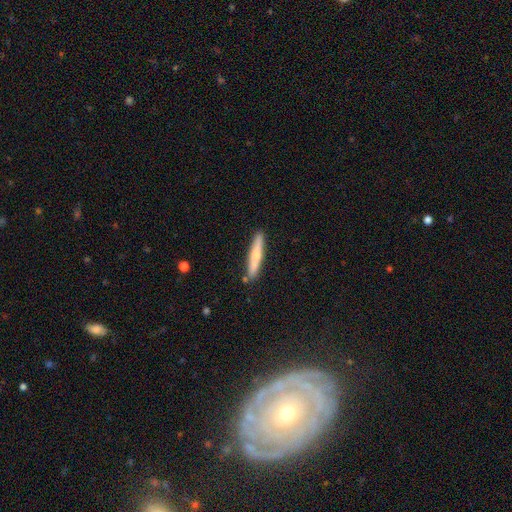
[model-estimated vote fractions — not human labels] Overall: smooth (61%; featured or disk 34%). How rounded: cigar-shaped (93%). Merging: none (87%).